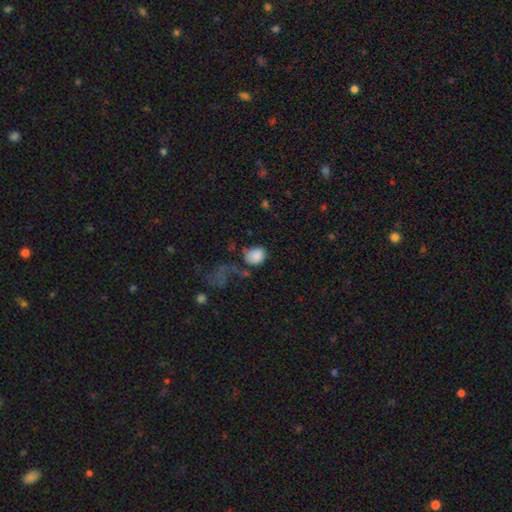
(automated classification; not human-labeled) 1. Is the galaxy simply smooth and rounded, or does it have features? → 83% smooth, 9% star or artifact, 8% featured or disk.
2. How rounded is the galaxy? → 59% round, 40% in between, 1% cigar-shaped.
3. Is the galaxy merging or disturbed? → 45% none, 21% minor disturbance, 21% major disturbance, 12% merger.